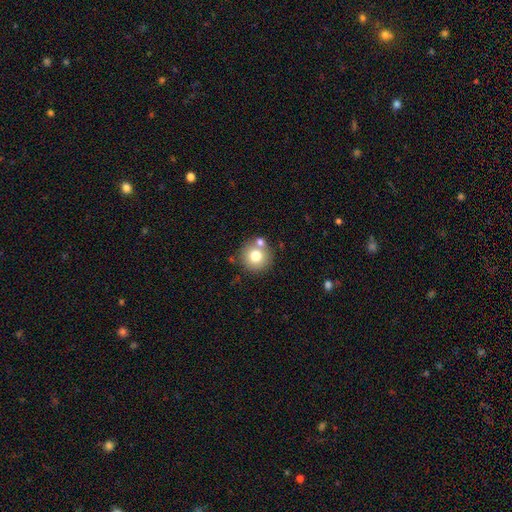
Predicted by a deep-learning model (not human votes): smooth 74%, featured or disk 14%, star or artifact 12%. Down the decision tree: how rounded — round (93%); merging — none (73%).